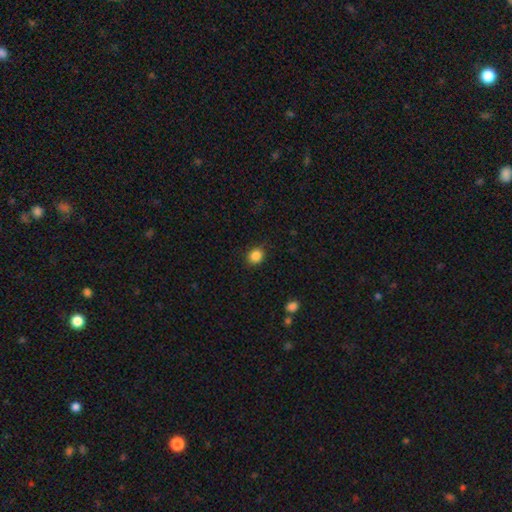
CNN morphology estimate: smooth 86%, star or artifact 10%, featured or disk 4%. Down the decision tree: how rounded — round (68%); merging — none (86%).